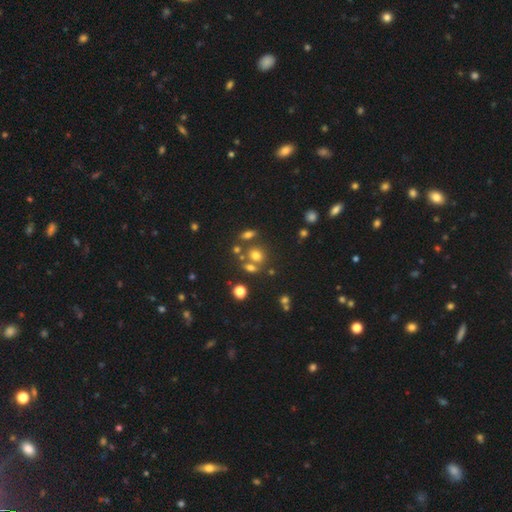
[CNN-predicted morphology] smooth_or_featured: smooth (p=0.67) [alt: star or artifact p=0.21]
how_rounded: round (p=0.59) [alt: in between p=0.39]
merging: none (p=0.58) [alt: merger p=0.25]